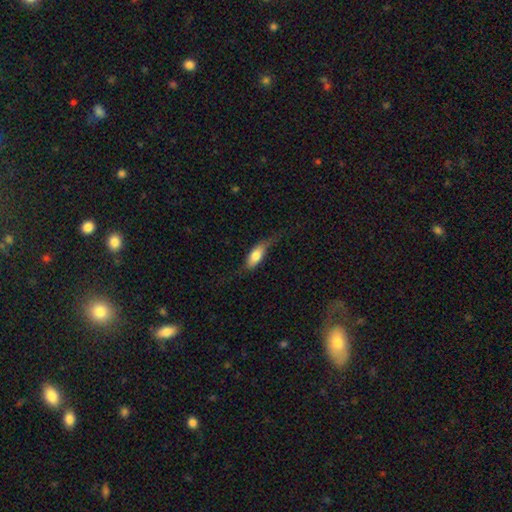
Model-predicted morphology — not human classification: smooth 70%, featured or disk 24%, star or artifact 6%. Down the decision tree: how rounded — in between (75%); merging — none (43%).